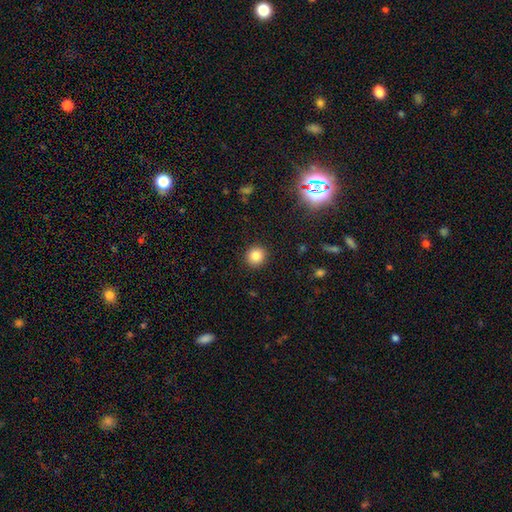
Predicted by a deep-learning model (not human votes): Overall: smooth (84%). How rounded: round (92%). Merging: none (91%).